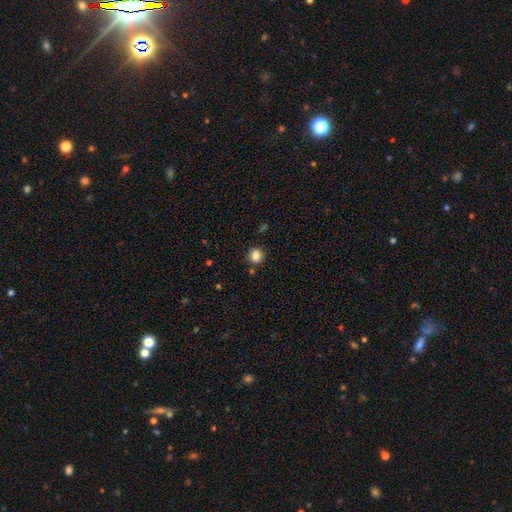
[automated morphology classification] Overall: smooth (85%). How rounded: round (89%). Merging: none (88%).